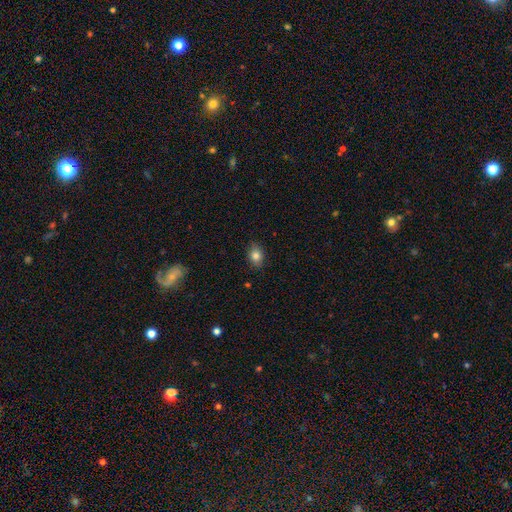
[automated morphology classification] Q: Smooth or featured?
A: smooth (82%); runner-up: star or artifact (10%)
Q: How rounded?
A: in between (66%); runner-up: round (33%)
Q: Merging?
A: none (84%); runner-up: minor disturbance (13%)